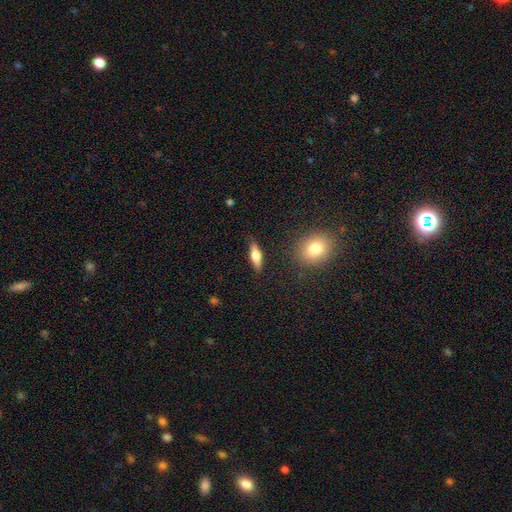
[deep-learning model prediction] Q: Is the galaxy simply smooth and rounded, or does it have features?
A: smooth — 57%.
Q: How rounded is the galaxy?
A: cigar-shaped — 49%.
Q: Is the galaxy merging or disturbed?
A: none — 86%.